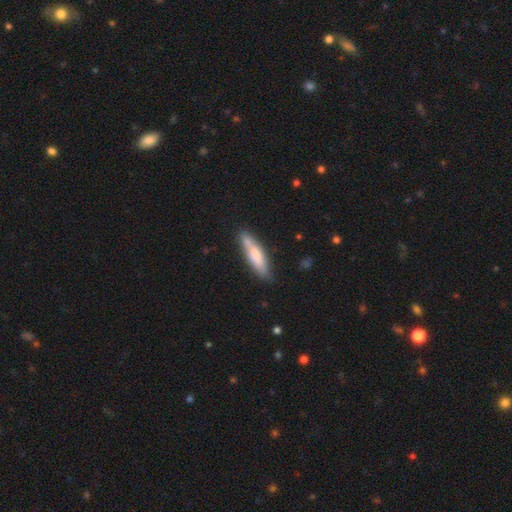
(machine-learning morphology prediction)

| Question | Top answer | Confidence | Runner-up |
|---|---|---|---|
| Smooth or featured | smooth | 69% | featured or disk (25%) |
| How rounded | cigar-shaped | 74% | in between (24%) |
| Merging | none | 72% | minor disturbance (17%) |